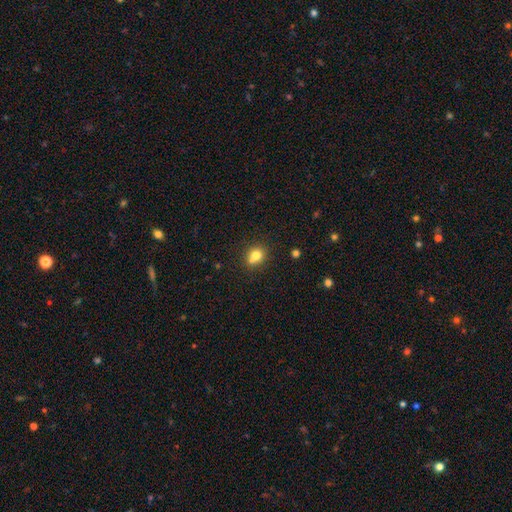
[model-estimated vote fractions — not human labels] Morphology: type=smooth (77%); roundness=round (72%); merging=none (58%).